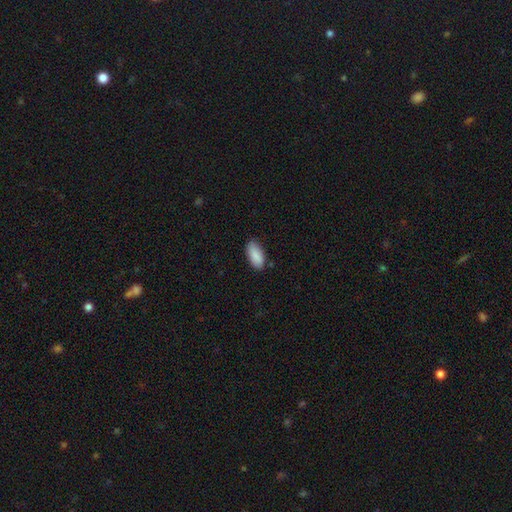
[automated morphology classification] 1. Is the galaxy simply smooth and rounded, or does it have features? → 89% smooth, 6% star or artifact, 5% featured or disk.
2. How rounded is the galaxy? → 90% in between, 8% cigar-shaped, 2% round.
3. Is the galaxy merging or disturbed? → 83% none, 13% minor disturbance, 2% major disturbance, 1% merger.